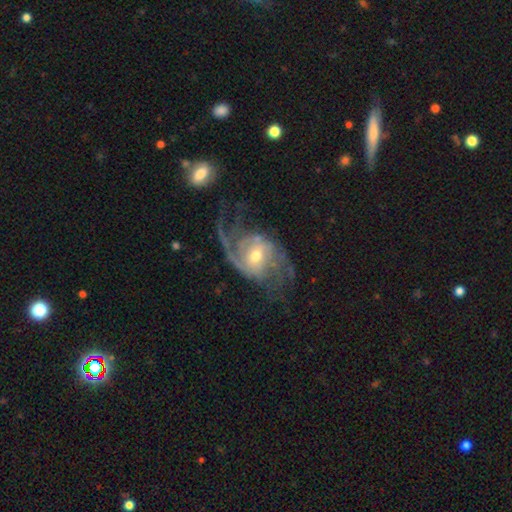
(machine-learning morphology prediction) smooth-or-featured: featured or disk: 87% | smooth: 7% | star or artifact: 6%
  disk-edge-on: no: 97% | yes: 3%
    bar: no: 42% (tied) | weak: 42% (tied) | strong: 16%
    has-spiral-arms: yes: 95% | no: 5%
      spiral-winding: loose: 44% | medium: 39% | tight: 17%
      spiral-arm-count: 2: 55% | can't tell: 14% | 3: 12% | 1: 9% | 4: 5% | more than 4: 4%
    bulge-size: moderate: 56% | small: 38% | large: 4% | none: 1% | dominant: 1%
  merging: none: 47% | major disturbance: 31% | minor disturbance: 18% | merger: 4%